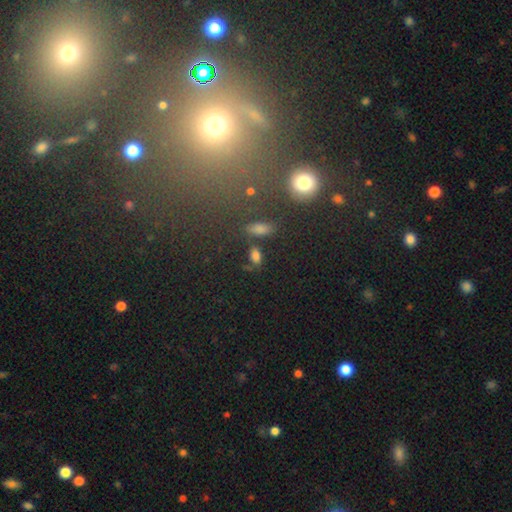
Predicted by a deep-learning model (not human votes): smooth 74%, star or artifact 17%, featured or disk 9%. Down the decision tree: how rounded — in between (79%); merging — none (71%).